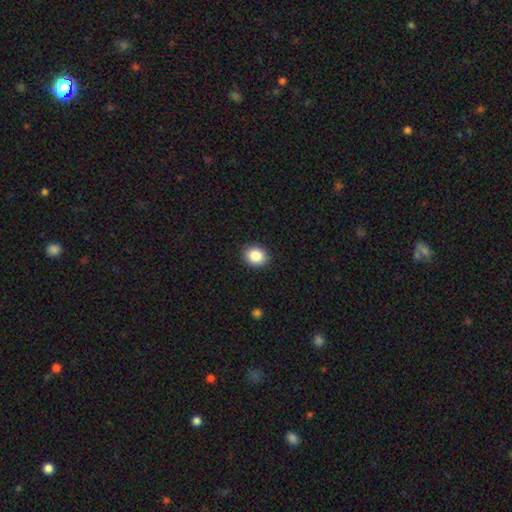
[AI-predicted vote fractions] This appears to be a smooth galaxy with no disk features (87%) that is round (63%). Merging: none (90%).